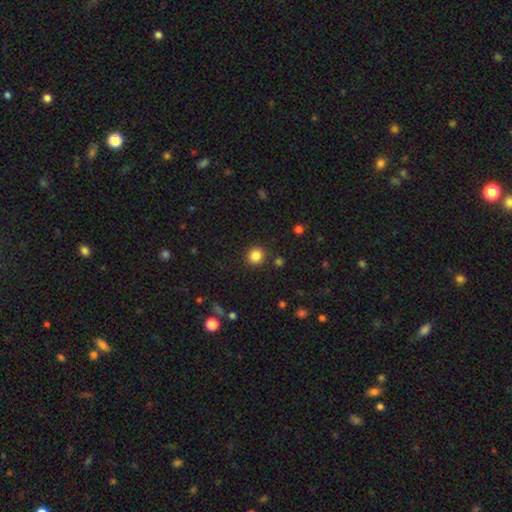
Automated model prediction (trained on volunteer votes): smooth 85%, star or artifact 11%, featured or disk 4%. Down the decision tree: how rounded — round (87%); merging — none (89%).